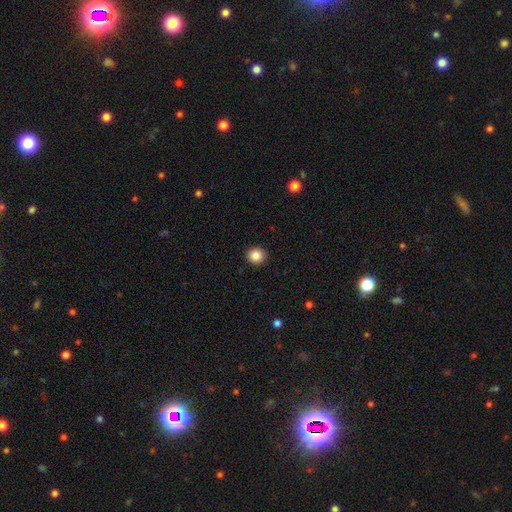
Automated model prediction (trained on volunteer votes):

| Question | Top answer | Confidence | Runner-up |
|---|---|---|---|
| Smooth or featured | smooth | 85% | star or artifact (10%) |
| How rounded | round | 91% | in between (8%) |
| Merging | none | 92% | minor disturbance (5%) |